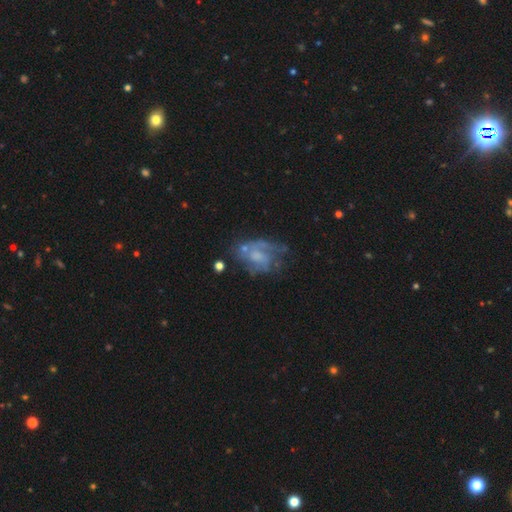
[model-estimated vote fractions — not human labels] Morphology: type=featured or disk (64%); edge-on=no (97%); bar=no (68%); spiral arms=yes (62%); bulge=none (36%); merging=none (41%).